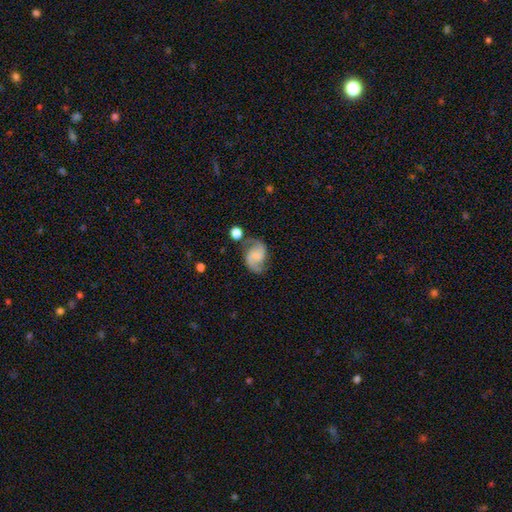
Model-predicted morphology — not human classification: Smooth or featured: featured or disk — 79% (smooth — 14%)
Edge-on disk: no — 98% (yes — 2%)
Bar: no — 53% (weak — 36%)
Spiral arms: yes — 96% (no — 4%)
Spiral winding: medium — 47% (loose — 38%)
Spiral arm count: 2 — 93% (can't tell — 3%)
Bulge size: none — 62% (small — 19%)
Merging: none — 69% (minor disturbance — 18%)